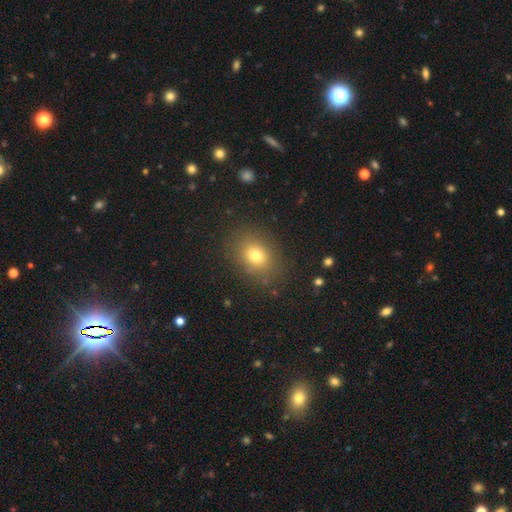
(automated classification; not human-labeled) Smooth or featured? Predicted: smooth (p=0.75). How rounded? Predicted: in between (p=0.58). Merging? Predicted: none (p=0.85).